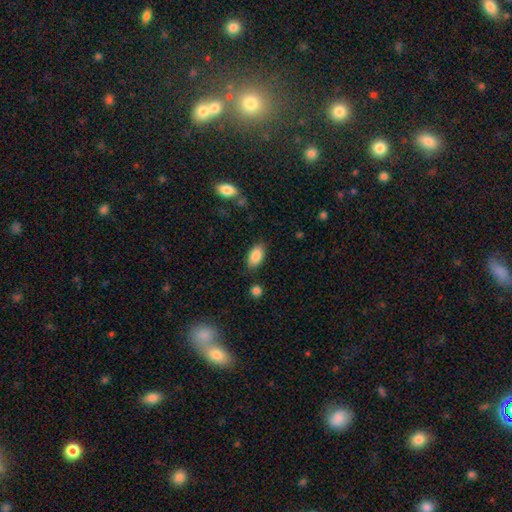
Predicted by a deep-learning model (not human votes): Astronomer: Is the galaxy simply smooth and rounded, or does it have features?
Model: smooth — 87%.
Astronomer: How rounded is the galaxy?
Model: in between — 93%.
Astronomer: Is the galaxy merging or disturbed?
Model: none — 82%.